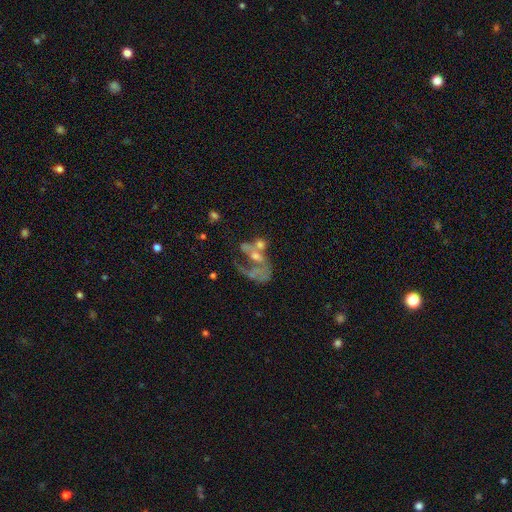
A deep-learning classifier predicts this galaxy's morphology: Overall: featured or disk (65%). Edge-on disk: no (97%). Bar: no (76%). Spiral arms: no (61%; yes 39%). Bulge size: none (33%; small 32%). Merging: merger (35%; major disturbance 34%).